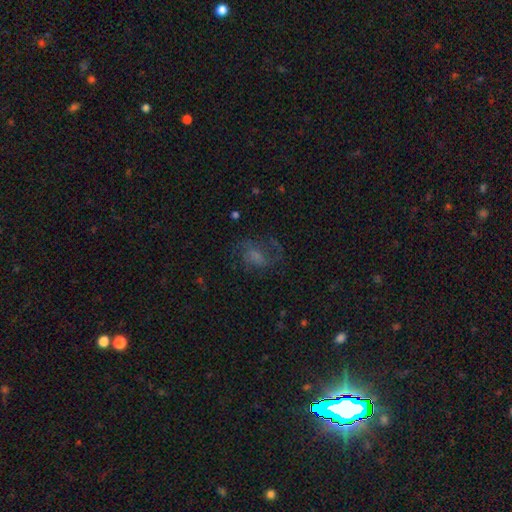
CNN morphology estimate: smooth_or_featured: featured or disk (p=0.51) [alt: smooth p=0.33]
disk_edge_on: no (p=0.97) [alt: yes p=0.03]
merging: none (p=0.51) [alt: major disturbance p=0.28]